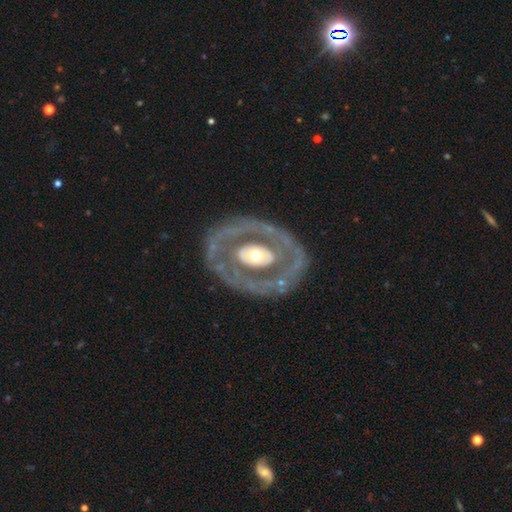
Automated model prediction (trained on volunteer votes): smooth-or-featured: featured or disk: 75% | smooth: 20% | star or artifact: 4%
  disk-edge-on: no: 95% | yes: 5%
    bar: no: 78% | weak: 14% | strong: 8%
    has-spiral-arms: no: 63% | yes: 37%
    bulge-size: moderate: 65% | large: 19% | small: 13% | dominant: 2% | none: 1%
  merging: none: 73% | minor disturbance: 14% | major disturbance: 11% | merger: 2%